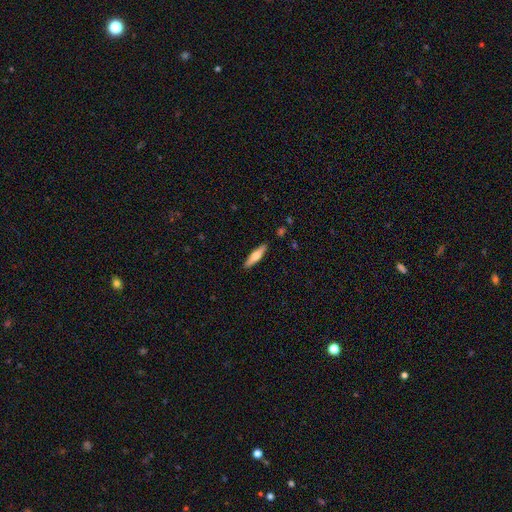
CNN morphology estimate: Smooth or featured? smooth (55%)
How rounded? cigar-shaped (77%)
Merging? none (90%)